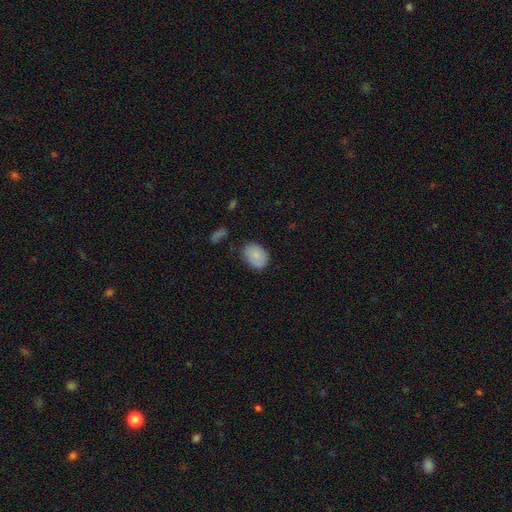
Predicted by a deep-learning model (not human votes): This is clearly a smooth galaxy (84%). How rounded: likely in between (74%). Merging: likely none (74%).